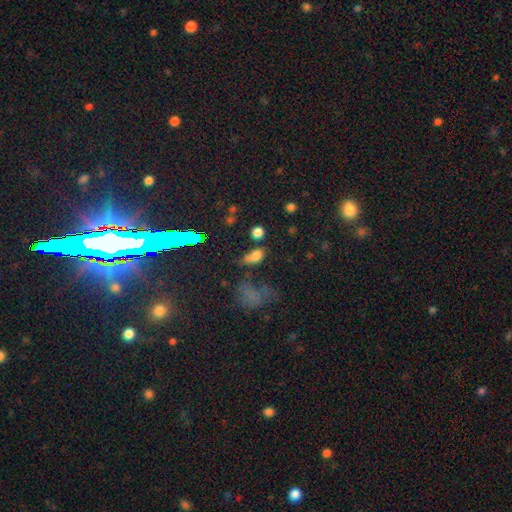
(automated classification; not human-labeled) This is likely a smooth galaxy (72%). How rounded: likely in between (72%). Merging: possibly none (51%).